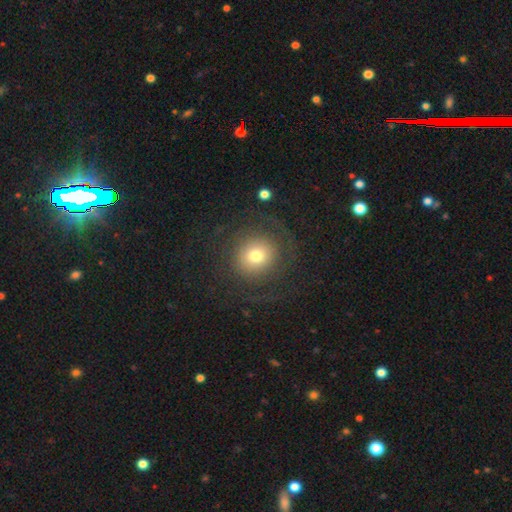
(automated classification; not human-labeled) A smooth galaxy with no disk features (54%) that is round (90%).

Vote fractions:
- Smooth or featured? smooth: 54% / featured or disk: 34% / star or artifact: 12%
- How rounded? round: 90% / in between: 9% / cigar-shaped: 1%
- Merging? none: 73% / major disturbance: 15% / minor disturbance: 11% / merger: 2%